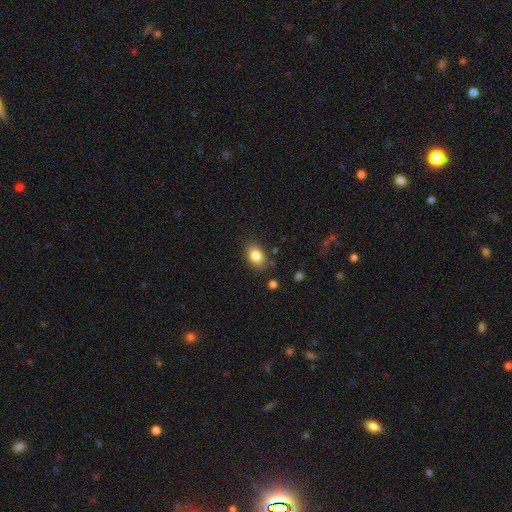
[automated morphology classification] smooth-or-featured: smooth: 84% | star or artifact: 9% | featured or disk: 8%
  how-rounded: in between: 81% | round: 18% | cigar-shaped: 1%
  merging: none: 84% | minor disturbance: 11% | major disturbance: 3% | merger: 2%